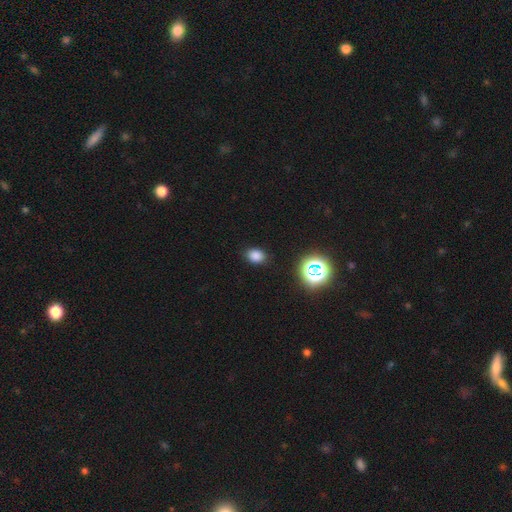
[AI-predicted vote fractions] smooth 79%, star or artifact 17%, featured or disk 4%. Down the decision tree: how rounded — in between (64%); merging — none (86%).